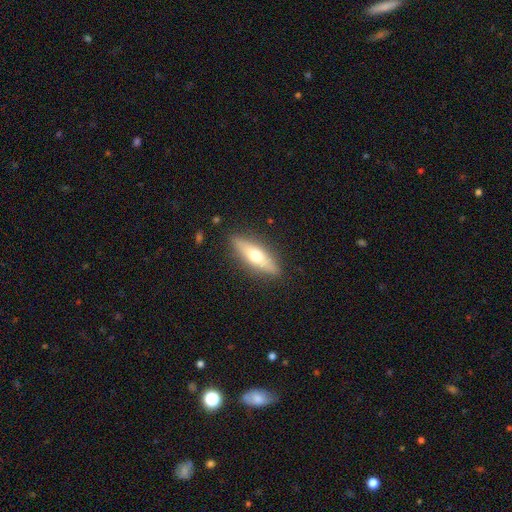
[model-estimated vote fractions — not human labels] A smooth galaxy with no disk features (52%) that is cigar-shaped (60%).

Vote fractions:
- Smooth or featured? smooth: 52% / featured or disk: 41% / star or artifact: 6%
- How rounded? cigar-shaped: 60% / in between: 37% / round: 3%
- Merging? none: 88% / minor disturbance: 9% / major disturbance: 2% / merger: 1%